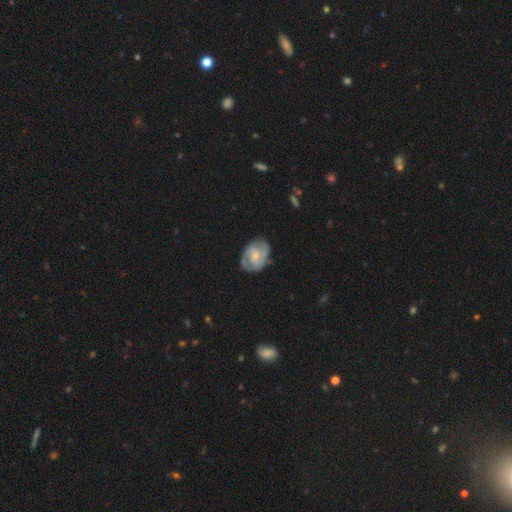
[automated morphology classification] A featured or disk galaxy (73%) with no bar (51%), 2 (66%) tight (47%) spiral arms (91%) and a small central bulge (47%). Merging: none (73%).